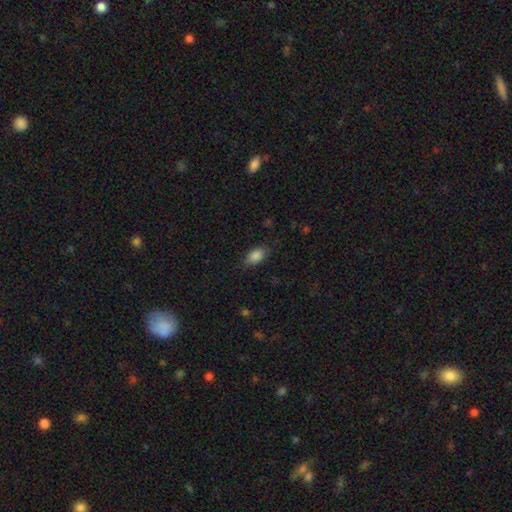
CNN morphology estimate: This appears to be a smooth galaxy with no disk features (87%) that is in between round and cigar-shaped (90%). Merging: none (81%).